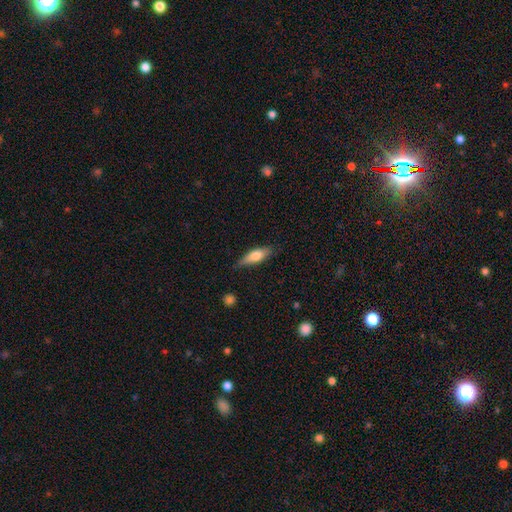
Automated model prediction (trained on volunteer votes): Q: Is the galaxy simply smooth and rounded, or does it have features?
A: smooth — 67%.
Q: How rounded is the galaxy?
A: in between — 56%.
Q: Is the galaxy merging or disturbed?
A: none — 74%.